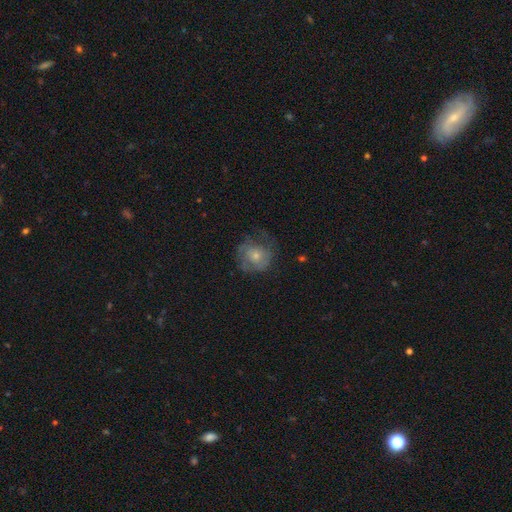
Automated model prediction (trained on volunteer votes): A featured or disk galaxy (55%) with no bar (83%), spiral arms (71%) and a small central bulge (53%).

Vote fractions:
- Smooth or featured? featured or disk: 55% / smooth: 37% / star or artifact: 8%
- Edge-on disk? no: 97% / yes: 3%
- Bar? no: 83% / weak: 14% / strong: 2%
- Spiral arms? yes: 71% / no: 29%
- Bulge size? small: 53% / moderate: 40% / large: 3% / none: 3% / dominant: 1%
- Merging? none: 57% / minor disturbance: 23% / major disturbance: 19% / merger: 1%